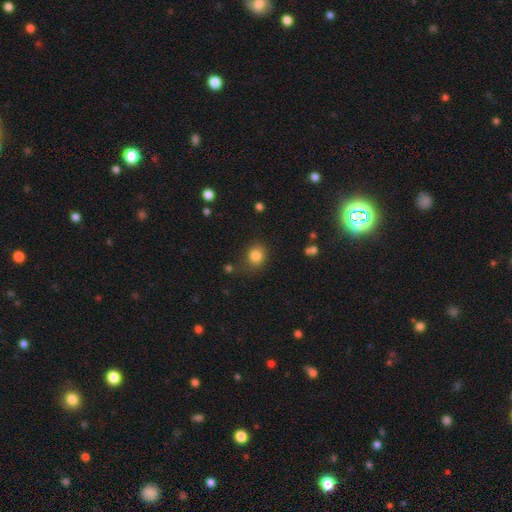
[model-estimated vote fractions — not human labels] Smooth or featured?
  - smooth: 83% *
  - star or artifact: 12%
  - featured or disk: 6%
How rounded?
  - round: 75% *
  - in between: 24%
  - cigar-shaped: 1%
Merging?
  - none: 76% *
  - minor disturbance: 16%
  - major disturbance: 5%
  - merger: 3%